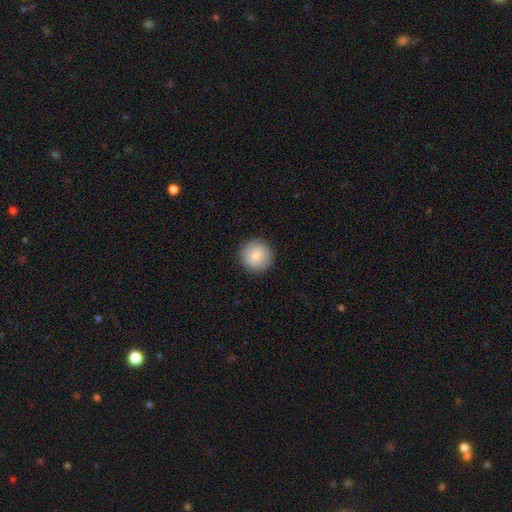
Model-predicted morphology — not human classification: A smooth galaxy with no disk features (83%) that is round (95%). Merging: none (91%).